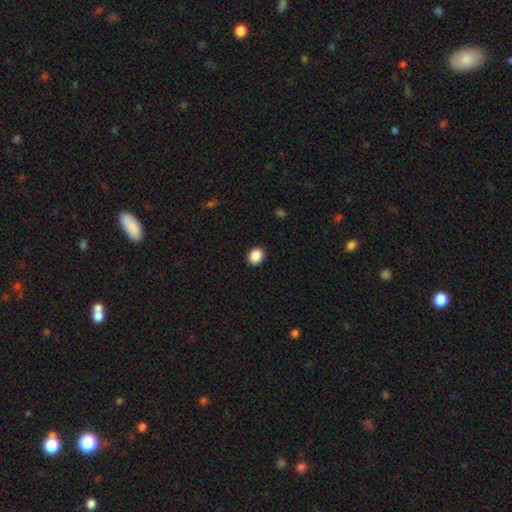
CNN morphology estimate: Overall: smooth (88%). How rounded: round (64%; in between 35%). Merging: none (91%).